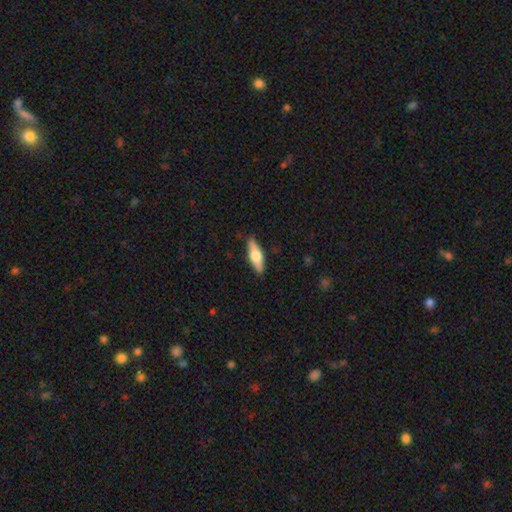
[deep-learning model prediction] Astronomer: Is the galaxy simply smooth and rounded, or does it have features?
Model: smooth — 54% (runner-up: featured or disk, 41%).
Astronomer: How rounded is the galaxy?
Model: in between — 51% (runner-up: cigar-shaped, 47%).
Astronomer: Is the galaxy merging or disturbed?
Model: none — 88%.